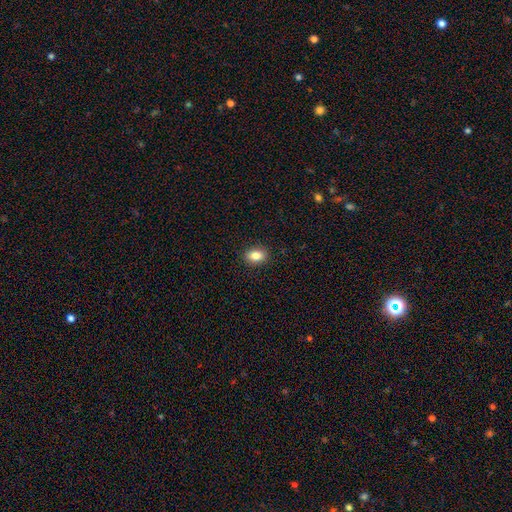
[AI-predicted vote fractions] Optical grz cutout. It shows a smooth galaxy with no disk features (85%) that is in between round and cigar-shaped (79%). Merging: none (90%).